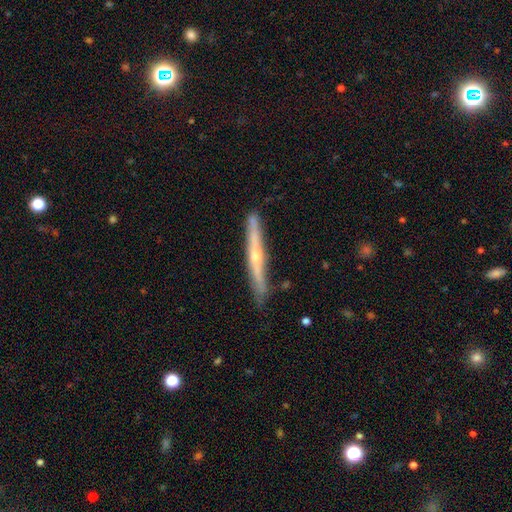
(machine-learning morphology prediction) This is likely a featured or disk galaxy (72%). It is clearly viewed edge-on (96%). Edge-on bulge: likely rounded (79%). Merging: clearly none (84%).